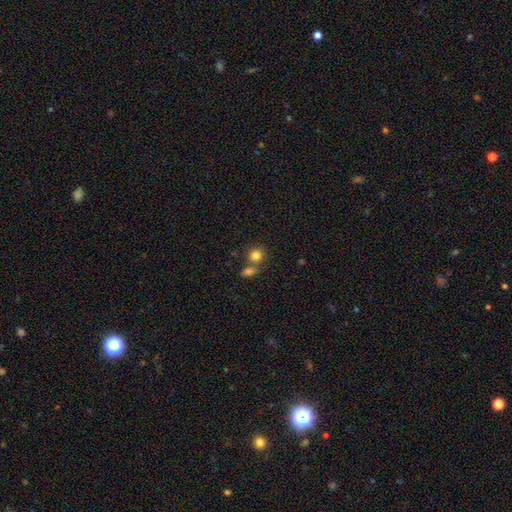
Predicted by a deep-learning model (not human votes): A smooth galaxy with no disk features (82%) that is round (84%). Merging: none (59%).